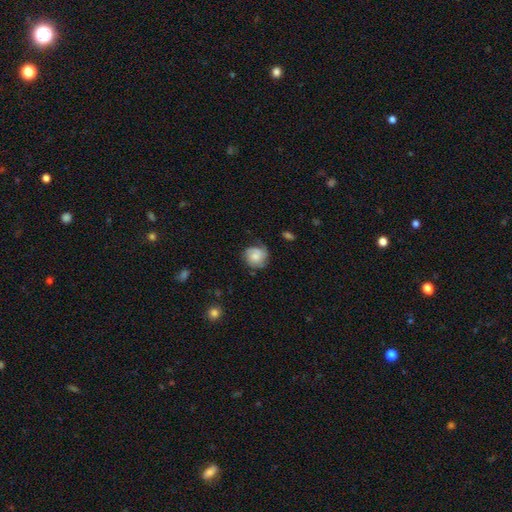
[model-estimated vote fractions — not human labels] A smooth galaxy with no disk features (53%) that is round (83%).

Vote fractions:
- Smooth or featured? smooth: 53% / featured or disk: 39% / star or artifact: 8%
- How rounded? round: 83% / in between: 16% / cigar-shaped: 1%
- Merging? none: 64% / minor disturbance: 26% / major disturbance: 9% / merger: 2%